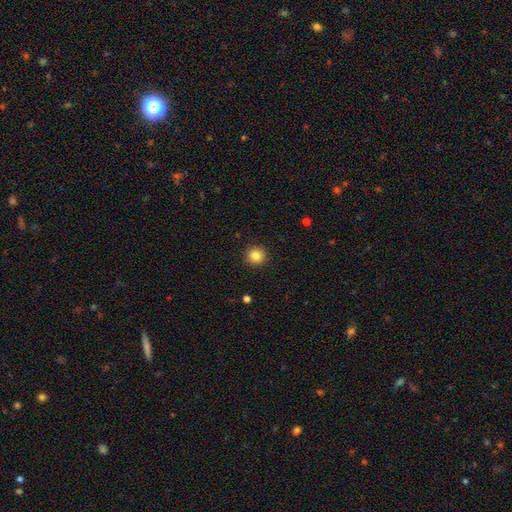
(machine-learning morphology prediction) smooth 85%, star or artifact 10%, featured or disk 5%. Down the decision tree: how rounded — round (93%); merging — none (92%).